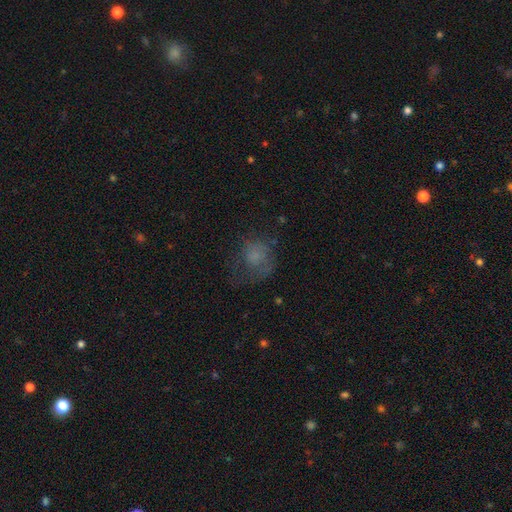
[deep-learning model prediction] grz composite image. It shows a smooth galaxy with no disk features (56%) that is round (67%). Merging: none (42%).